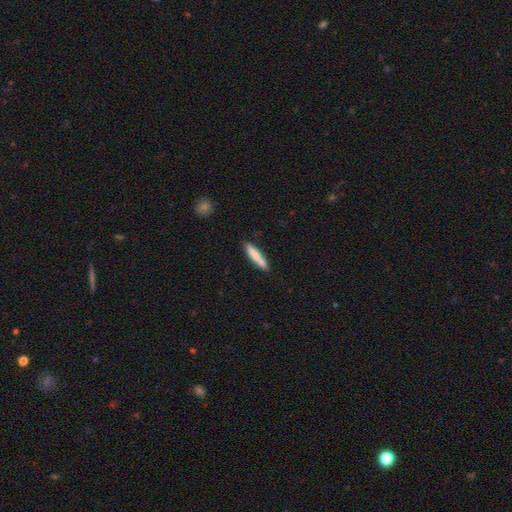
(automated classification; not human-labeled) Smooth or featured? smooth (77%)
How rounded? cigar-shaped (89%)
Merging? none (83%)